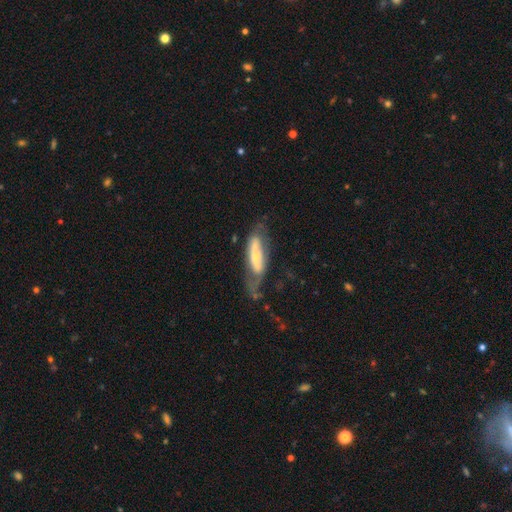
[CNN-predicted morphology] Smooth or featured?
  - featured or disk: 61% *
  - smooth: 33%
  - star or artifact: 6%
Edge-on disk?
  - no: 70% *
  - yes: 30%
Merging?
  - none: 46% *
  - minor disturbance: 26%
  - major disturbance: 24%
  - merger: 4%